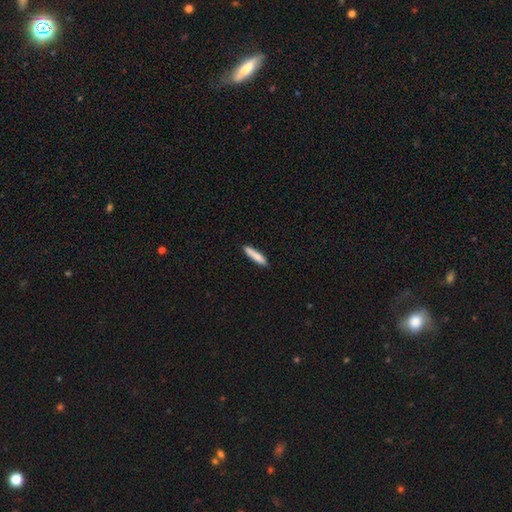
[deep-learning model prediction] Morphology: type=smooth (81%); roundness=cigar-shaped (87%); merging=none (87%).